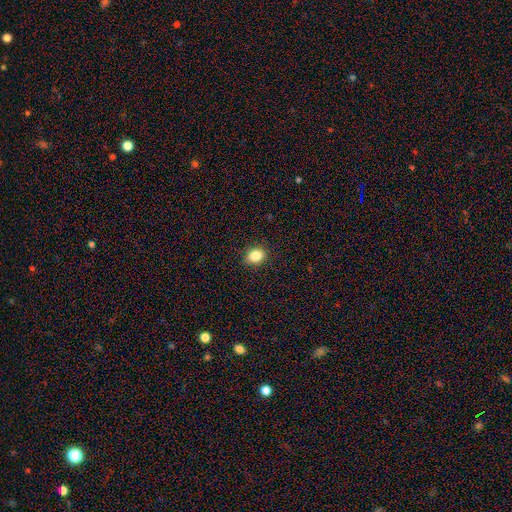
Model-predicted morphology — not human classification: Smooth or featured?
  - smooth: 85% *
  - star or artifact: 10%
  - featured or disk: 5%
How rounded?
  - round: 51% *
  - in between: 48%
  - cigar-shaped: 1%
Merging?
  - none: 88% *
  - minor disturbance: 9%
  - major disturbance: 2%
  - merger: 1%